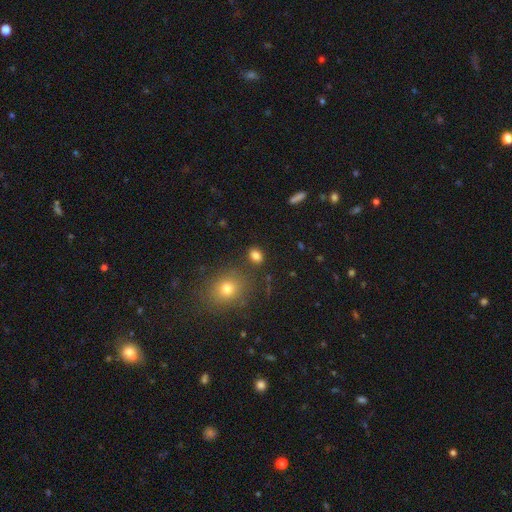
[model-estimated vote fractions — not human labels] This is clearly a smooth galaxy (82%). How rounded: likely in between (70%). Merging: clearly none (80%).